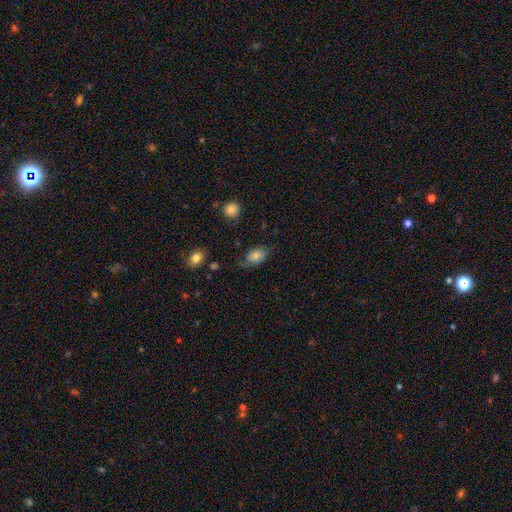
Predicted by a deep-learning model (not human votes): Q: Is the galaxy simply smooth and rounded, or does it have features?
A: smooth — 66%.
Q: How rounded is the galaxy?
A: in between — 82%.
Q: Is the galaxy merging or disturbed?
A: none — 56%.